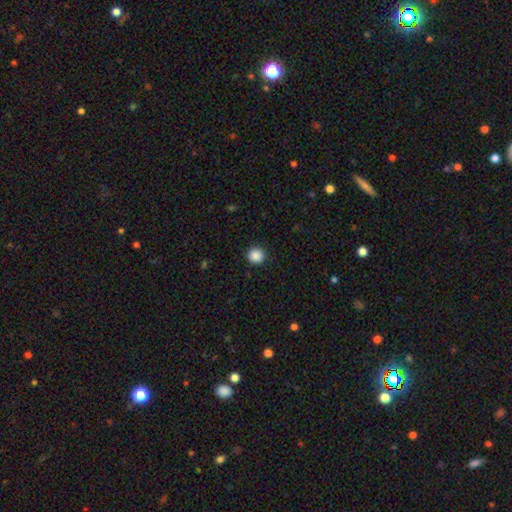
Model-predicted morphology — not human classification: Smooth or featured? smooth (88%)
How rounded? round (94%)
Merging? none (92%)